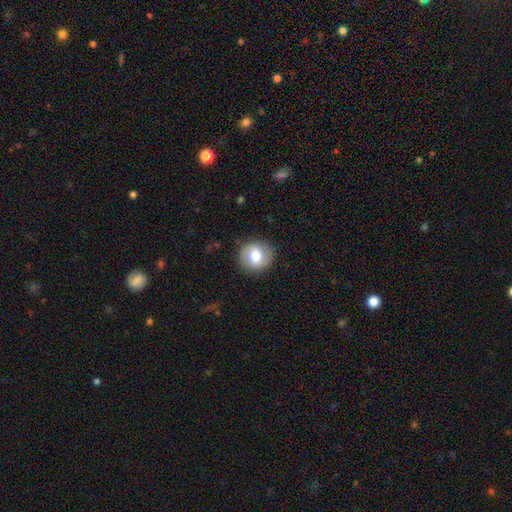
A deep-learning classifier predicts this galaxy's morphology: type=smooth (64%); roundness=round (87%); merging=none (87%).